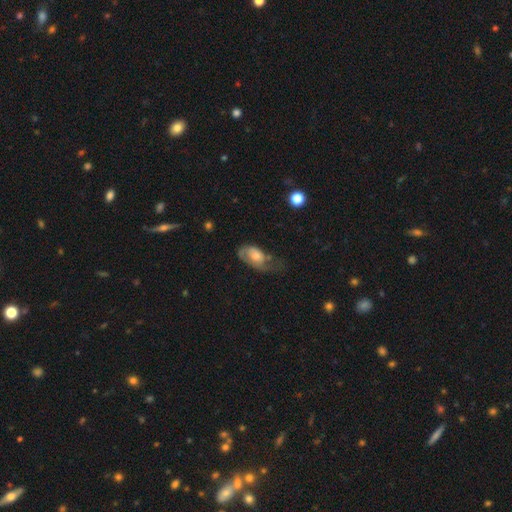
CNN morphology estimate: Smooth or featured?
  - smooth: 48% *
  - featured or disk: 45%
  - star or artifact: 7%
Merging?
  - major disturbance: 44% *
  - minor disturbance: 29%
  - none: 24%
  - merger: 3%